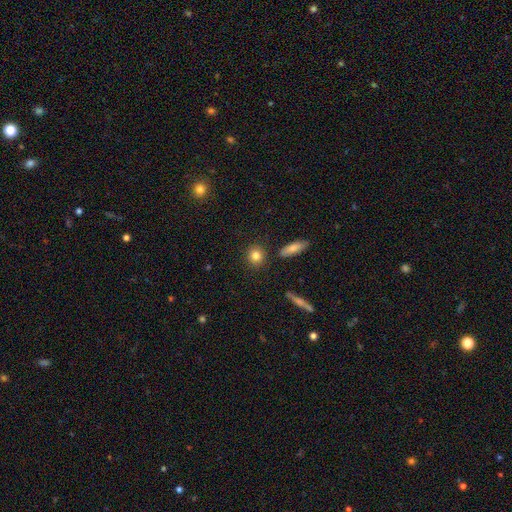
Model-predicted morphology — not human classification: Q: Smooth or featured?
A: smooth (82%); runner-up: star or artifact (9%)
Q: How rounded?
A: round (85%); runner-up: in between (13%)
Q: Merging?
A: none (87%); runner-up: minor disturbance (7%)